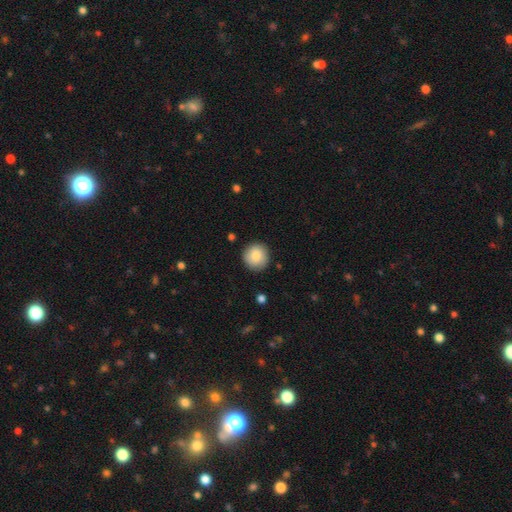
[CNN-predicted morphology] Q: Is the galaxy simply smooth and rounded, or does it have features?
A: smooth — 85%.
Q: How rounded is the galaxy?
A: round — 94%.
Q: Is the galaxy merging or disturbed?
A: none — 89%.